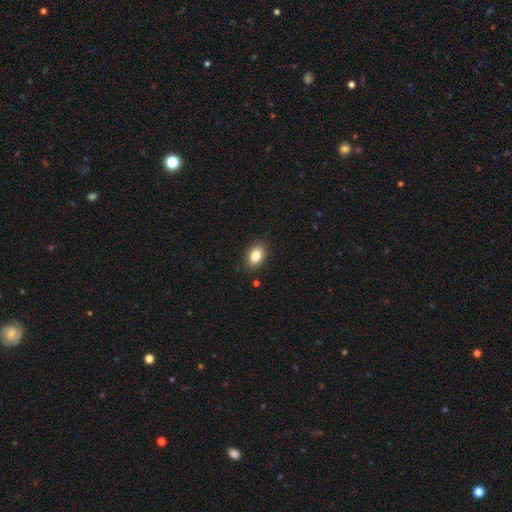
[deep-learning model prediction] This appears to be a smooth galaxy with no disk features (84%) that is in between round and cigar-shaped (84%). Merging: none (88%).